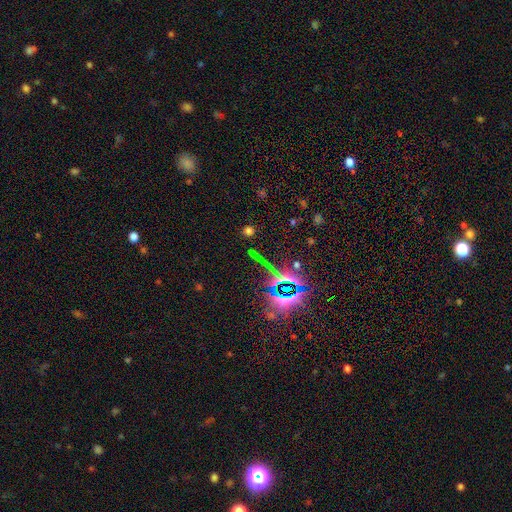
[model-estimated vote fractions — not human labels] Q: Smooth or featured?
A: star or artifact (62%); runner-up: smooth (26%)